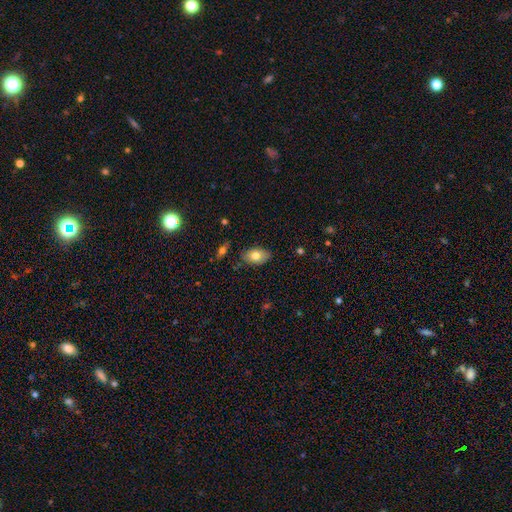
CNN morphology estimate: type=smooth (75%); roundness=in between (89%); merging=none (80%).